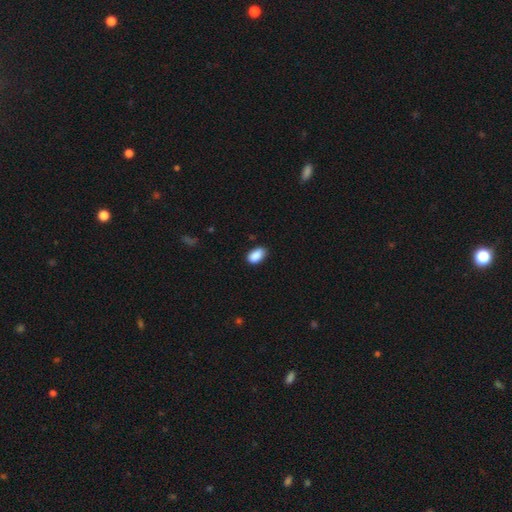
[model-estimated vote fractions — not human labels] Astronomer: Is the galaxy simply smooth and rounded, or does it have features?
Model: smooth — 89%.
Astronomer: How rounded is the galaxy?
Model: in between — 92%.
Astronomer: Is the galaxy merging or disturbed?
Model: none — 78%.